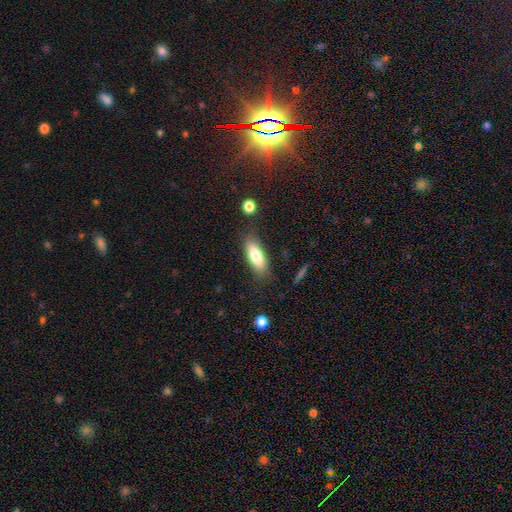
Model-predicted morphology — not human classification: This appears to be a smooth galaxy with no disk features (77%) that is in between round and cigar-shaped (67%). Merging: none (79%).